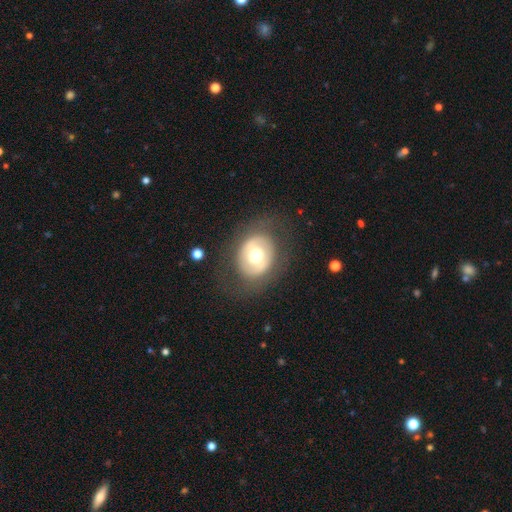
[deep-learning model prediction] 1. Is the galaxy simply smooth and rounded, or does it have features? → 47% featured or disk, 46% smooth, 7% star or artifact.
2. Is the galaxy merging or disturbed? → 75% none, 13% minor disturbance, 10% major disturbance, 1% merger.